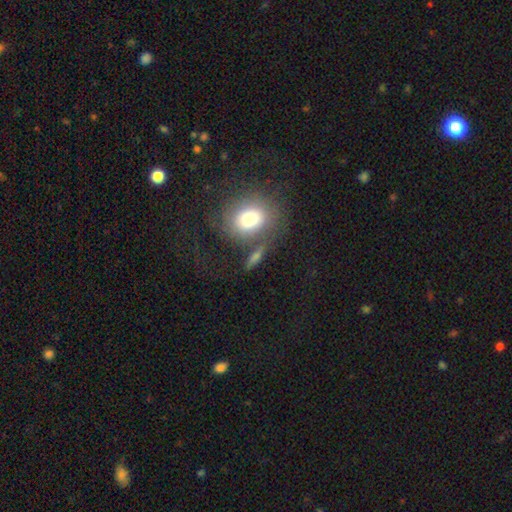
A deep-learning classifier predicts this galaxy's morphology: Q: Smooth or featured?
A: smooth (70%); runner-up: featured or disk (19%)
Q: How rounded?
A: in between (53%); runner-up: round (41%)
Q: Merging?
A: none (56%); runner-up: minor disturbance (17%)